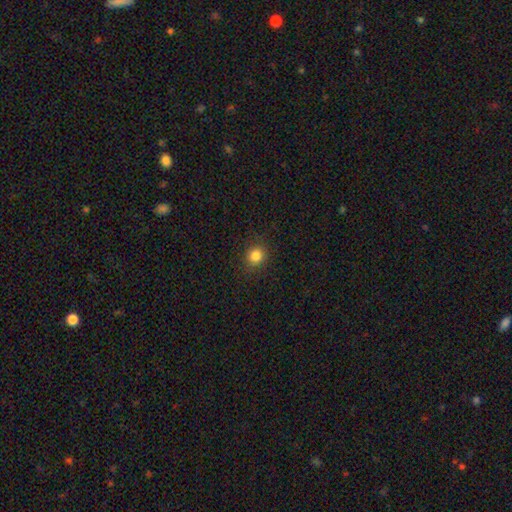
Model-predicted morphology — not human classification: Smooth or featured? smooth (84%)
How rounded? round (86%)
Merging? none (89%)